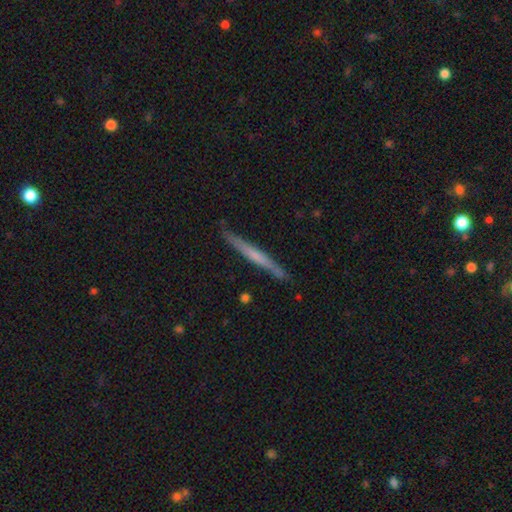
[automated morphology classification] Overall: featured or disk (54%; smooth 41%). Edge-on disk: yes (97%). Edge-on bulge: none (68%). Merging: none (86%).